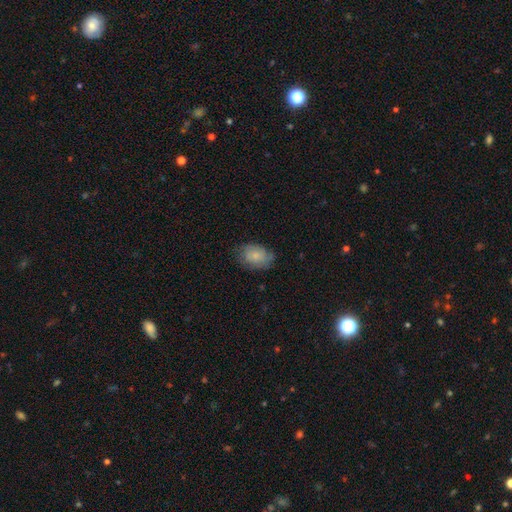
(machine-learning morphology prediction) This appears to be a smooth galaxy with no disk features (66%) that is in between round and cigar-shaped (81%). Merging: none (67%).